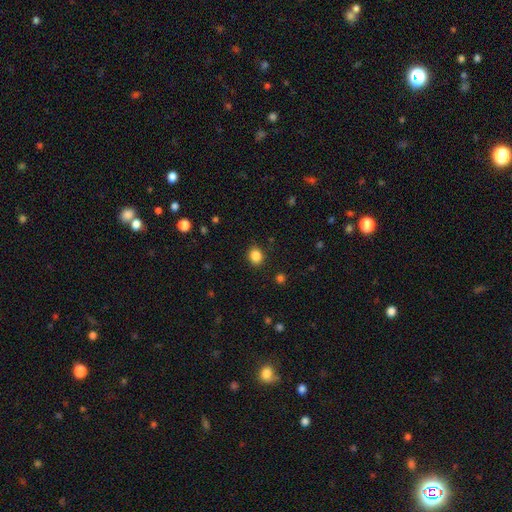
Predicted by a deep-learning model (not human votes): smooth-or-featured: smooth: 86% | star or artifact: 11% | featured or disk: 4%
  how-rounded: round: 70% | in between: 29% | cigar-shaped: 1%
  merging: none: 89% | minor disturbance: 8% | major disturbance: 2% | merger: 1%